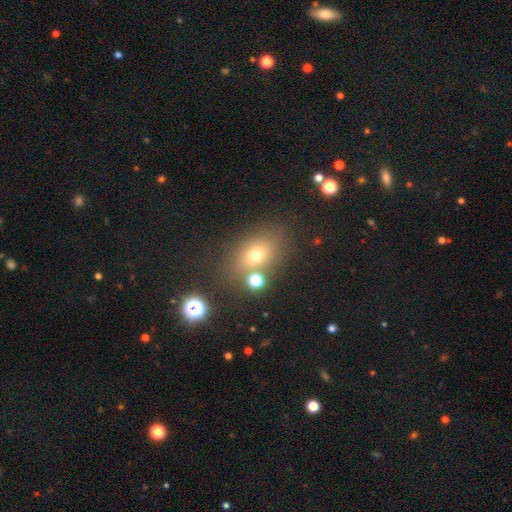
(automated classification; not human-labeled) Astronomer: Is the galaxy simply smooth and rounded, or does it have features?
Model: smooth — 66%.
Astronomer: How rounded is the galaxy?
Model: in between — 65%.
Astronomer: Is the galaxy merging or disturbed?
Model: none — 71%.